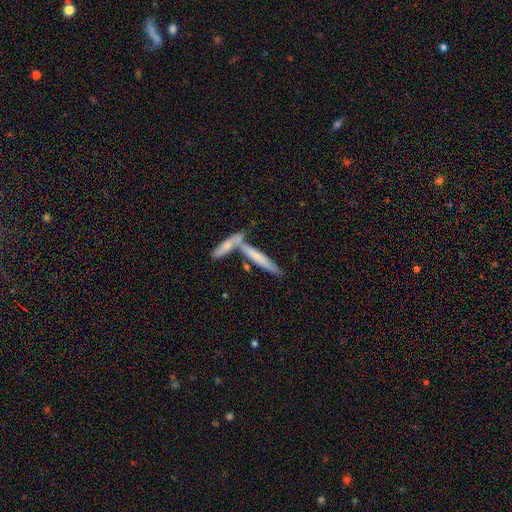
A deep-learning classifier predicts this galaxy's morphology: Q: Smooth or featured?
A: smooth (46%); runner-up: featured or disk (45%)
Q: Merging?
A: none (48%); runner-up: merger (40%)